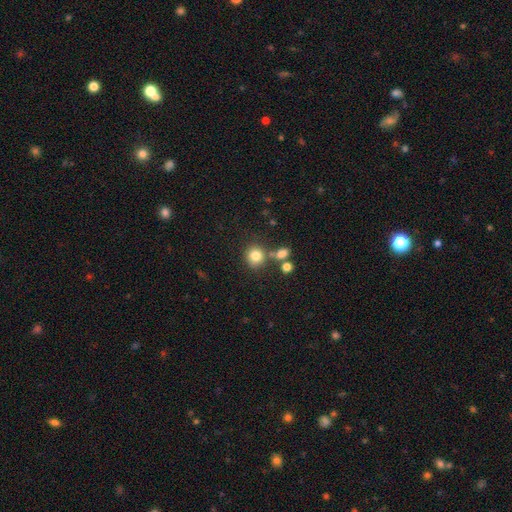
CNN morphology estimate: A smooth galaxy with no disk features (80%) that is round (83%). Merging: none (69%).